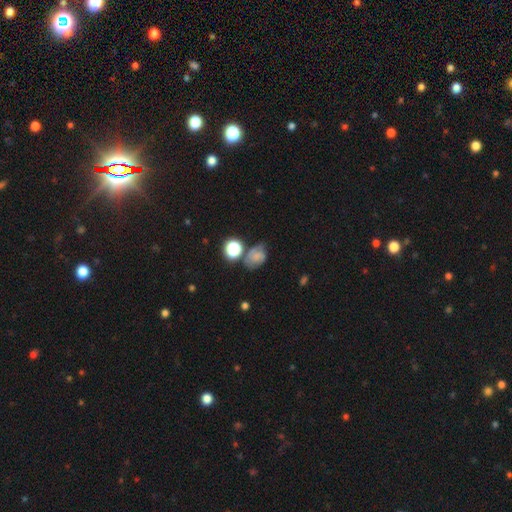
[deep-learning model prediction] Smooth or featured?
  - smooth: 51% *
  - featured or disk: 32%
  - star or artifact: 17%
How rounded?
  - in between: 59% *
  - round: 39%
  - cigar-shaped: 1%
Merging?
  - none: 47% *
  - minor disturbance: 27%
  - merger: 13%
  - major disturbance: 13%